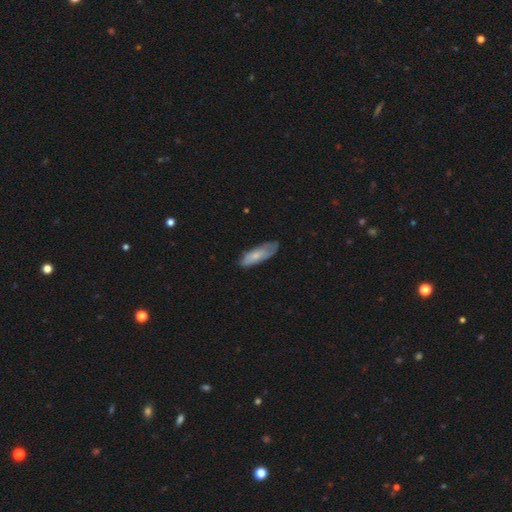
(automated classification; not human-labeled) smooth_or_featured: smooth (p=0.69) [alt: featured or disk p=0.25]
how_rounded: in between (p=0.56) [alt: cigar-shaped p=0.42]
merging: none (p=0.69) [alt: minor disturbance p=0.25]